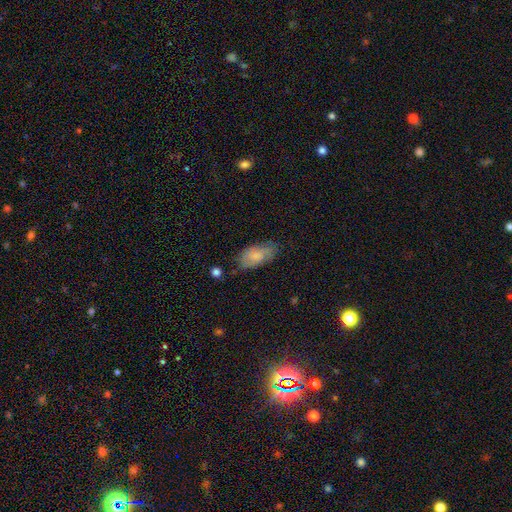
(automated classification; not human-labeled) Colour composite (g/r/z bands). It shows a smooth galaxy with no disk features (75%) that is in between round and cigar-shaped (92%). Merging: none (61%).